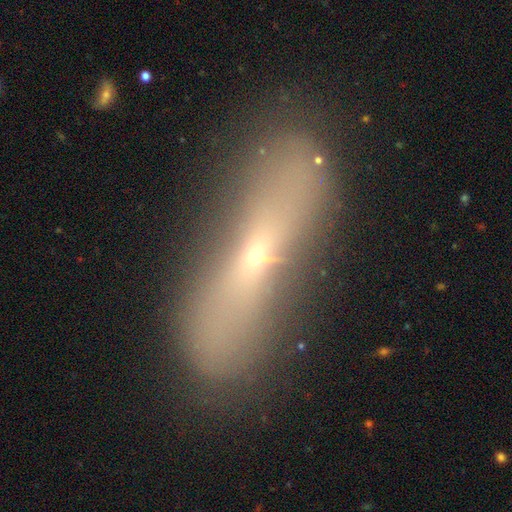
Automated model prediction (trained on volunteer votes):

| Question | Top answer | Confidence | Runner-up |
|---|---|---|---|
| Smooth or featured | featured or disk | 50% | smooth (37%) |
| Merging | none | 66% | minor disturbance (18%) |